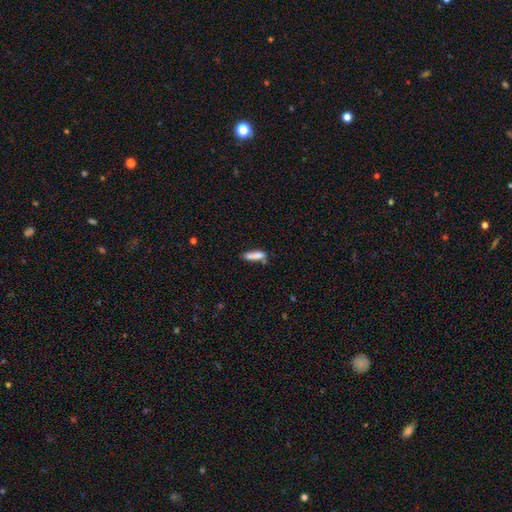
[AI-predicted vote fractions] Morphology: type=smooth (79%); roundness=cigar-shaped (53%); merging=none (47%).